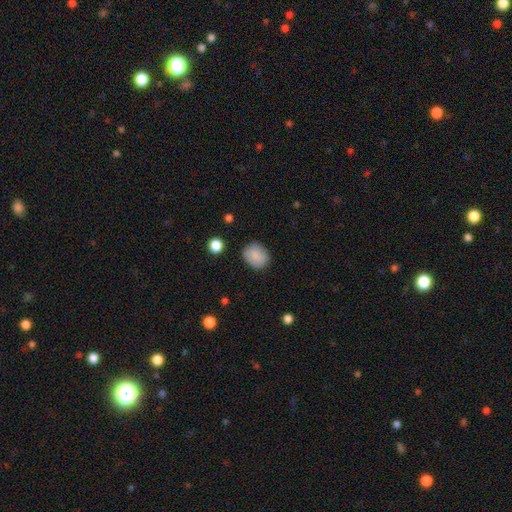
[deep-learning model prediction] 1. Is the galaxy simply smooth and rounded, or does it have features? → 86% smooth, 8% star or artifact, 6% featured or disk.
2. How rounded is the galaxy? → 60% round, 39% in between, 1% cigar-shaped.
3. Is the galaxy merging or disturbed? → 83% none, 12% minor disturbance, 3% major disturbance, 1% merger.